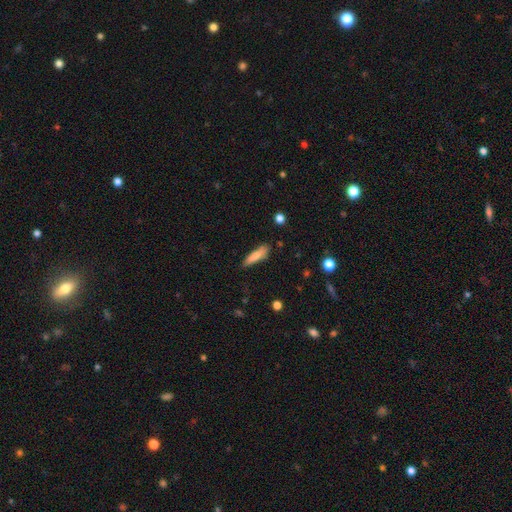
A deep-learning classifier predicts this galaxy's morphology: A smooth galaxy with no disk features (75%) that is cigar-shaped (74%). Merging: none (77%).